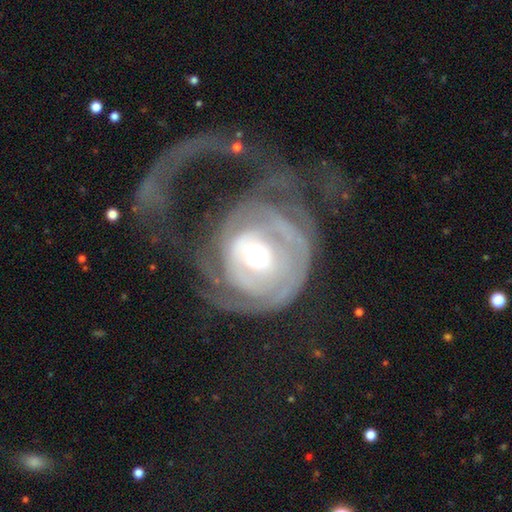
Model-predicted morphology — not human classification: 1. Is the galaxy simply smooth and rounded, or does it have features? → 78% featured or disk, 16% smooth, 6% star or artifact.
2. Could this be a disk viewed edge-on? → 97% no, 3% yes.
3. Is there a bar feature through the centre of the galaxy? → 67% no, 24% weak, 9% strong.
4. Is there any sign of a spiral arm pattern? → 74% yes, 26% no.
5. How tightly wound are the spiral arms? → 58% tight, 25% medium, 18% loose.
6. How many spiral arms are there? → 40% can't tell, 26% 2, 15% 1, 9% 3, 5% 4, 5% more than 4.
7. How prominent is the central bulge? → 66% moderate, 18% small, 12% large, 2% dominant, 1% none.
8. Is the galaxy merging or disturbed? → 48% major disturbance, 31% none, 16% minor disturbance, 6% merger.